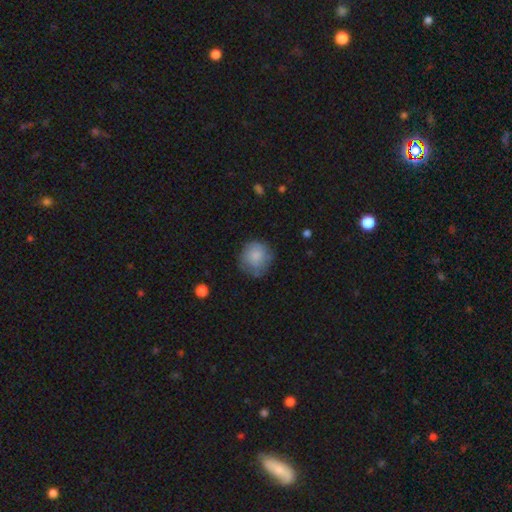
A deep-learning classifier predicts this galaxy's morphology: The model was most divided on "merging": none: 63%, minor disturbance: 26%, major disturbance: 9%, merger: 2%. More confident: how rounded — round (86%); smooth or featured — smooth (77%).